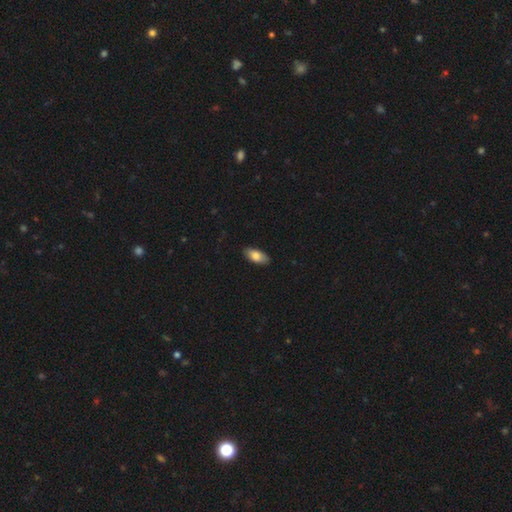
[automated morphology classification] Overall: smooth (81%). How rounded: in between (88%). Merging: none (87%).